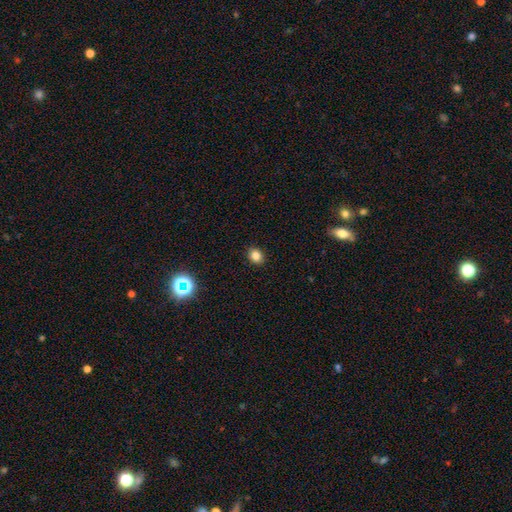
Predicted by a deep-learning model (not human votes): Smooth or featured: smooth — 82% (star or artifact — 13%)
How rounded: round — 52% (in between — 47%)
Merging: none — 90% (minor disturbance — 7%)